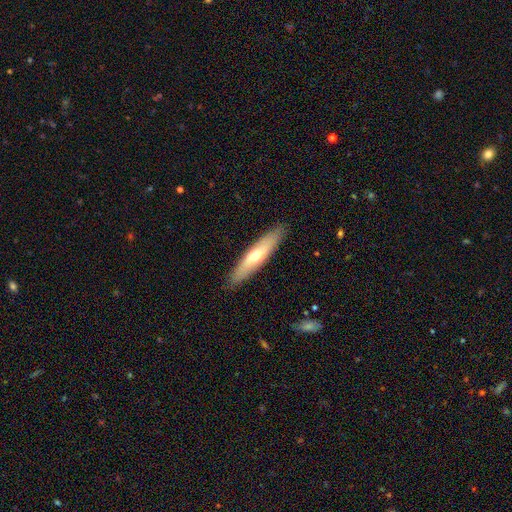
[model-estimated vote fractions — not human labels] A smooth galaxy with no disk features (53%) that is cigar-shaped (80%).

Vote fractions:
- Smooth or featured? smooth: 53% / featured or disk: 42% / star or artifact: 5%
- How rounded? cigar-shaped: 80% / in between: 18% / round: 2%
- Merging? none: 89% / minor disturbance: 8% / major disturbance: 2% / merger: 1%